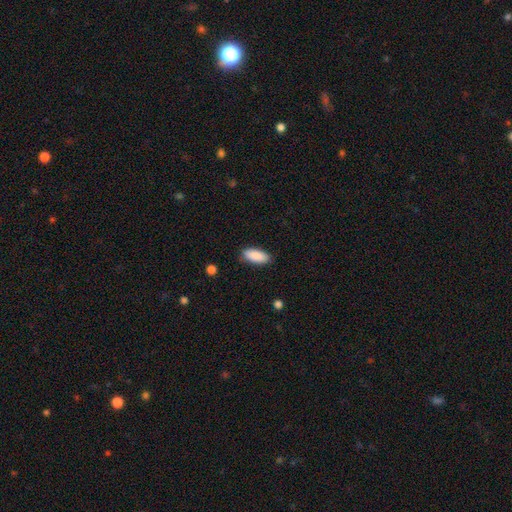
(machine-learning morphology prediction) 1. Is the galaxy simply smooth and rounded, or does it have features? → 90% smooth, 6% star or artifact, 4% featured or disk.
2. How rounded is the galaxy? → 85% in between, 14% cigar-shaped, 2% round.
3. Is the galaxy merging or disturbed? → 87% none, 10% minor disturbance, 2% major disturbance, 1% merger.